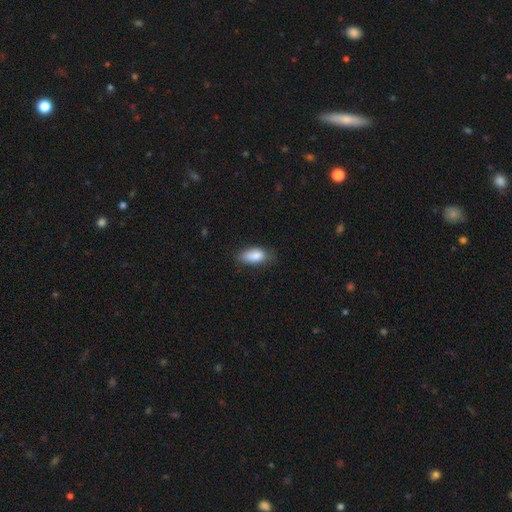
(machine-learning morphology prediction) Smooth or featured? smooth (86%)
How rounded? in between (90%)
Merging? none (68%)